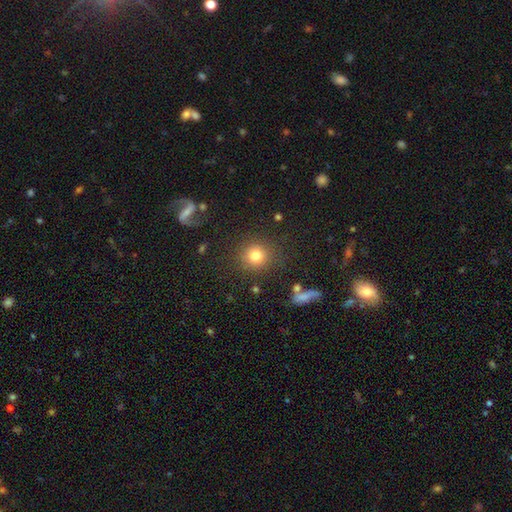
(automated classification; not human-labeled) The model was most divided on "smooth or featured": smooth: 79%, star or artifact: 13%, featured or disk: 8%. More confident: how rounded — round (90%); merging — none (84%).